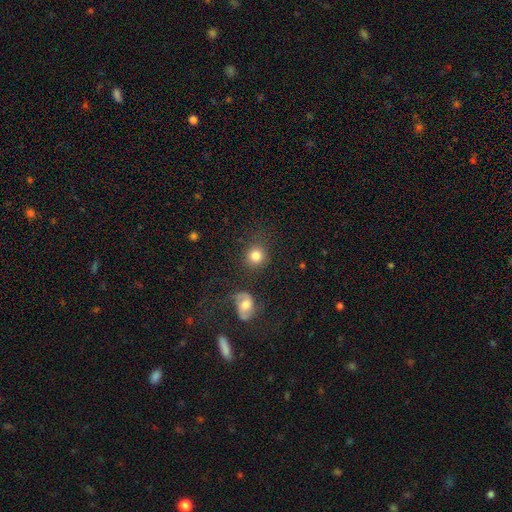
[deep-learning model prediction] smooth 83%, star or artifact 9%, featured or disk 8%. Down the decision tree: how rounded — round (87%); merging — none (76%).